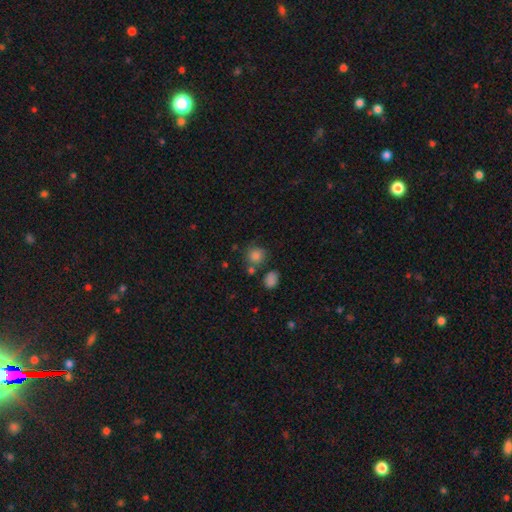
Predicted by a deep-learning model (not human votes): Smooth or featured? smooth (82%)
How rounded? round (81%)
Merging? none (62%)